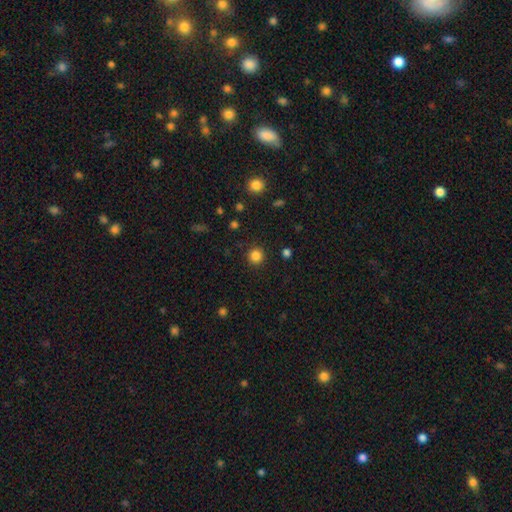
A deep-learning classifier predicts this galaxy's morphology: smooth 84%, star or artifact 12%, featured or disk 4%. Down the decision tree: how rounded — round (94%); merging — none (91%).